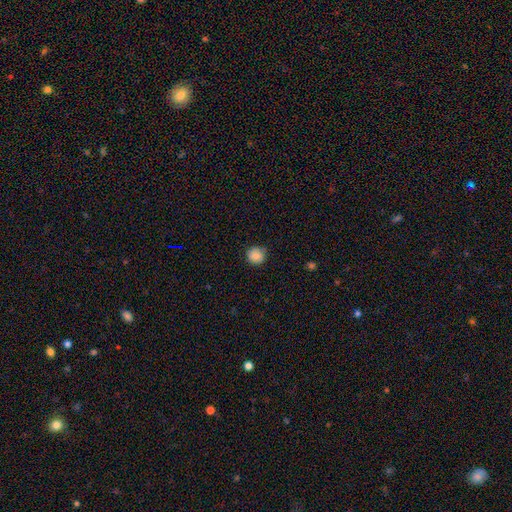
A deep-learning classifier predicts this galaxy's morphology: smooth 86%, star or artifact 9%, featured or disk 5%. Down the decision tree: how rounded — round (91%); merging — none (86%).